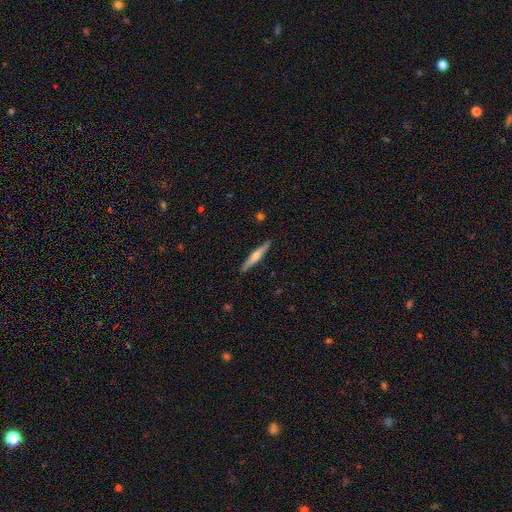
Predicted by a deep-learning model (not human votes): Q: Smooth or featured?
A: smooth (48%); runner-up: featured or disk (47%)
Q: Merging?
A: none (90%); runner-up: minor disturbance (7%)